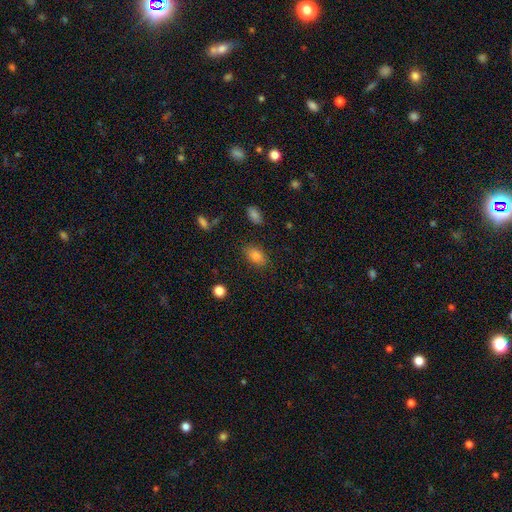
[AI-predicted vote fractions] Smooth or featured: smooth — 82% (star or artifact — 11%)
How rounded: in between — 85% (round — 13%)
Merging: none — 83% (minor disturbance — 12%)